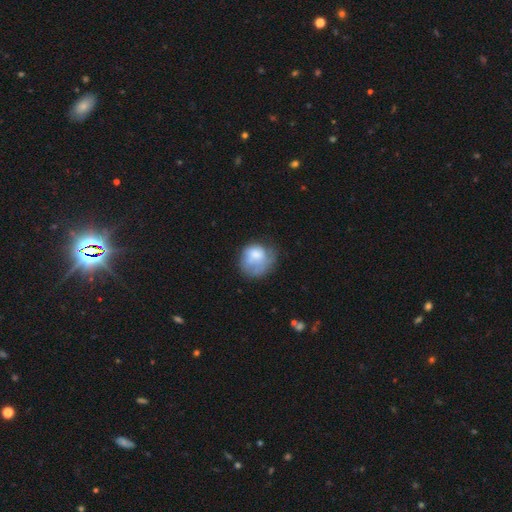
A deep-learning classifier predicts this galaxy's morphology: Smooth or featured? smooth (64%)
How rounded? round (68%)
Merging? none (41%)